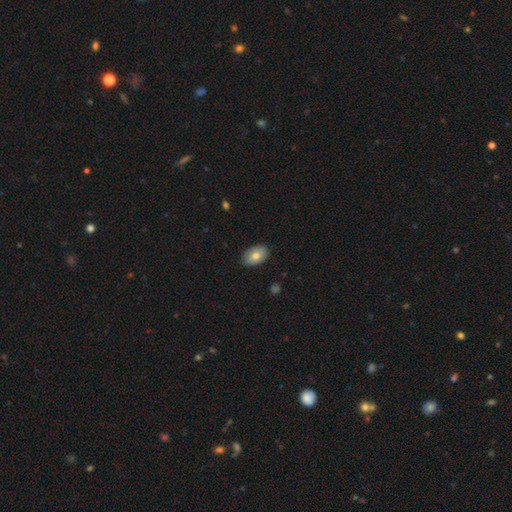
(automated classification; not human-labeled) The model was most divided on "smooth or featured": smooth: 77%, featured or disk: 16%, star or artifact: 7%. More confident: how rounded — in between (90%); merging — none (87%).